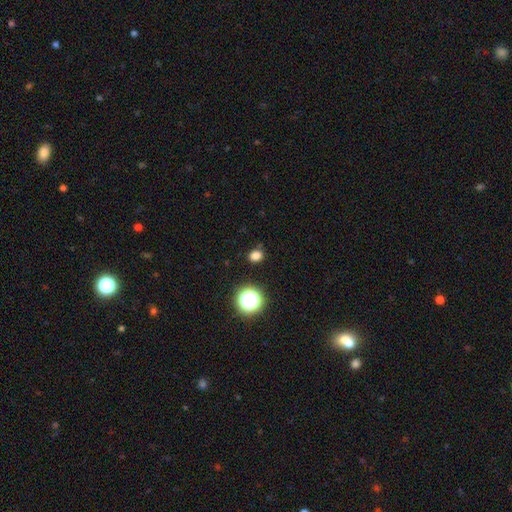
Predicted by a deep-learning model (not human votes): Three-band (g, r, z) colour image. It shows a smooth galaxy with no disk features (78%) that is round (61%). Merging: none (85%).